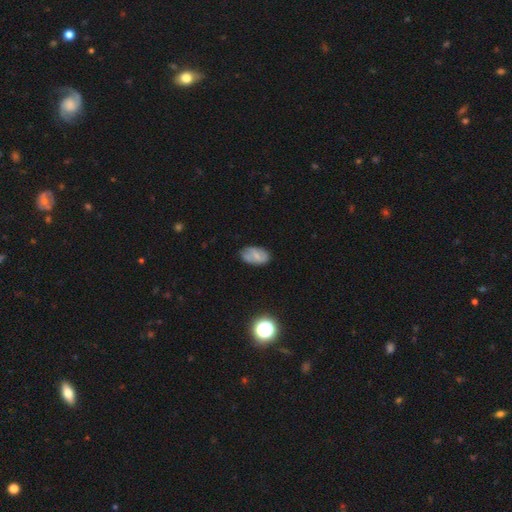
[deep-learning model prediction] smooth-or-featured: smooth: 51% | featured or disk: 39% | star or artifact: 10%
  how-rounded: in between: 91% | round: 7% | cigar-shaped: 2%
  merging: none: 72% | minor disturbance: 22% | major disturbance: 5% | merger: 2%